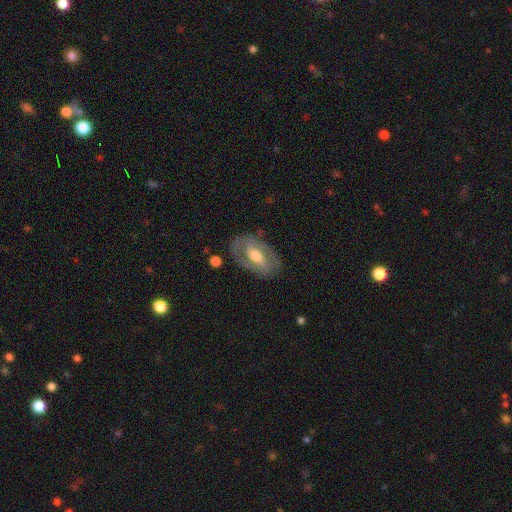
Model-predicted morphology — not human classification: Q: Smooth or featured?
A: featured or disk (68%); runner-up: smooth (26%)
Q: Edge-on disk?
A: no (91%); runner-up: yes (9%)
Q: Bar?
A: weak (39%); runner-up: no (31%)
Q: Spiral arms?
A: yes (59%); runner-up: no (41%)
Q: Bulge size?
A: moderate (66%); runner-up: small (17%)
Q: Merging?
A: none (74%); runner-up: minor disturbance (17%)